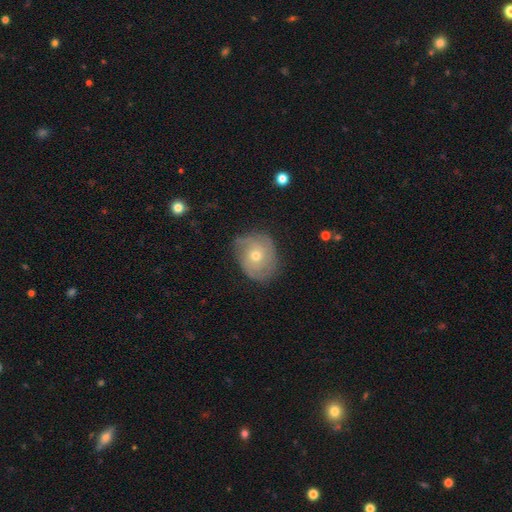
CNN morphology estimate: The model was most divided on "spiral arm count": can't tell: 33%, 2: 30%, 3: 22%, 4: 6%, 1: 5%, more than 4: 4%. More confident: edge-on disk — no (97%); spiral arms — yes (86%); bar — no (83%); merging — none (71%); smooth or featured — featured or disk (70%); spiral winding — tight (65%); bulge size — moderate (55%).